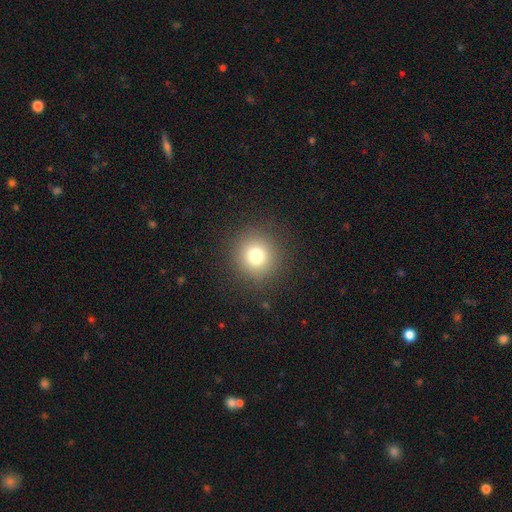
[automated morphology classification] smooth 77%, star or artifact 14%, featured or disk 9%. Down the decision tree: how rounded — round (93%); merging — none (89%).